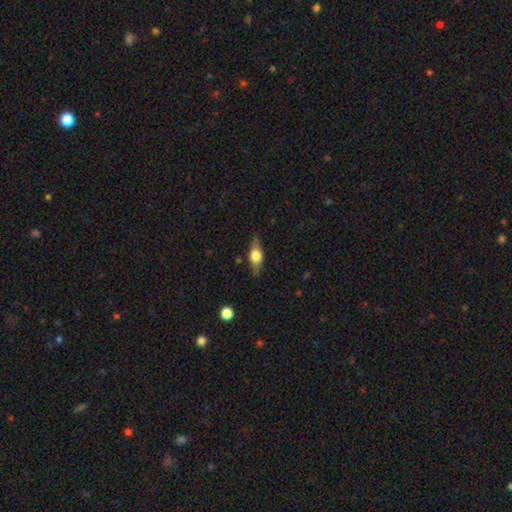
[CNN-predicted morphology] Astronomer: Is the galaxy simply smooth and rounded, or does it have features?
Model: smooth — 48% (runner-up: featured or disk, 44%).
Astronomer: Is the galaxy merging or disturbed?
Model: none — 79%.